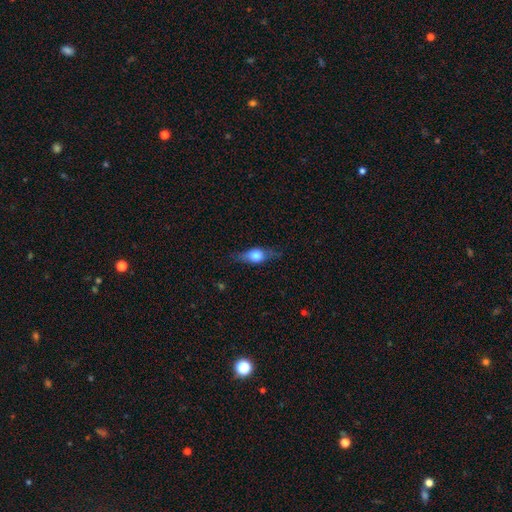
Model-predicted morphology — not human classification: smooth_or_featured: smooth (p=0.54) [alt: featured or disk p=0.39]
how_rounded: in between (p=0.60) [alt: cigar-shaped p=0.25]
merging: none (p=0.75) [alt: minor disturbance p=0.18]